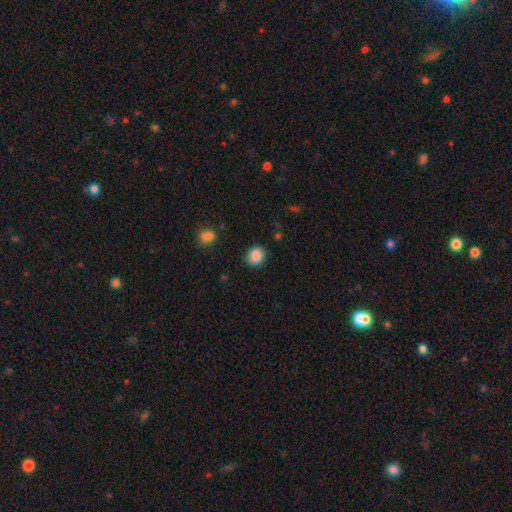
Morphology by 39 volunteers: smooth_or_featured: smooth (p=0.97) [alt: star or artifact p=0.03]
how_rounded: round (p=0.79) [alt: in between p=0.21]
merging: none (p=0.87) [alt: minor disturbance p=0.11]